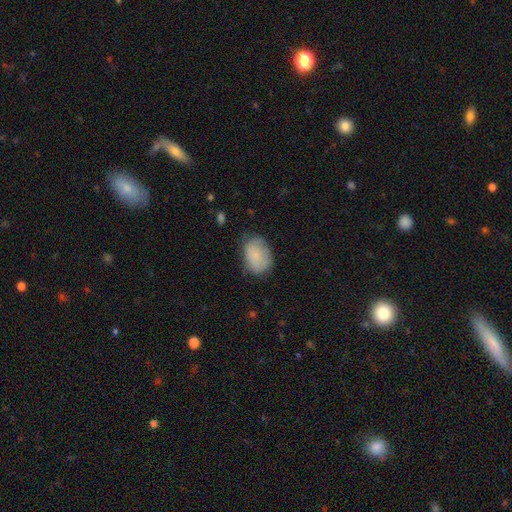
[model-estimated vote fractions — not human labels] smooth_or_featured: smooth (p=0.74) [alt: featured or disk p=0.19]
how_rounded: in between (p=0.80) [alt: round p=0.19]
merging: none (p=0.62) [alt: minor disturbance p=0.28]